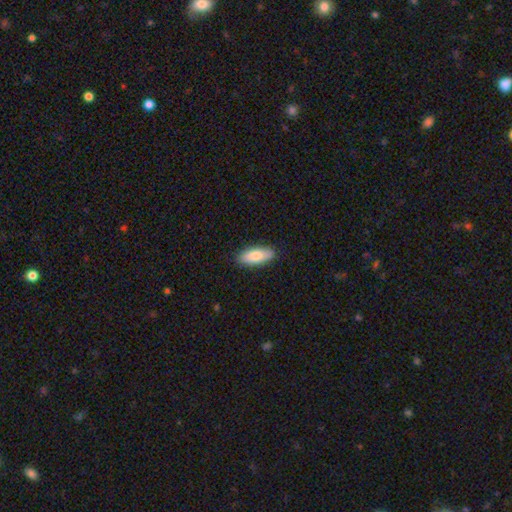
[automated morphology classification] The model was most divided on "how rounded": in between: 77%, cigar-shaped: 21%, round: 2%. More confident: merging — none (88%); smooth or featured — smooth (81%).